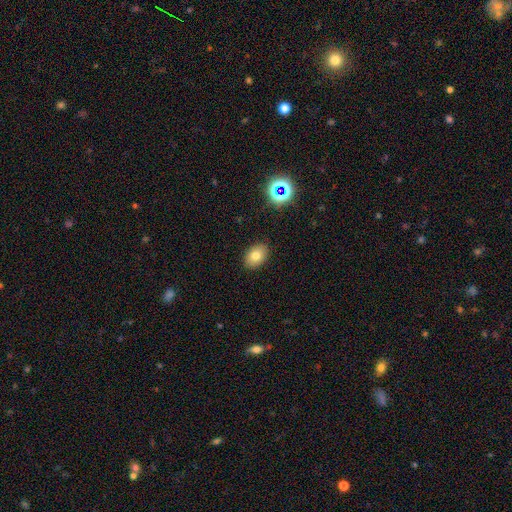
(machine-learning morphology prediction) This is likely a smooth galaxy (76%). How rounded: likely in between (80%). Merging: clearly none (88%).